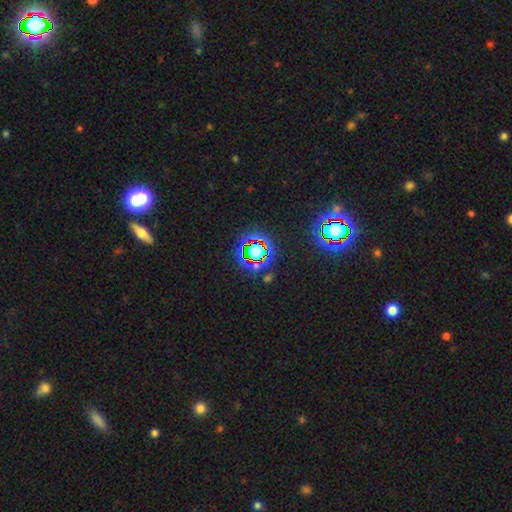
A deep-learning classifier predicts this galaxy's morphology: Q: Smooth or featured?
A: star or artifact (68%); runner-up: smooth (21%)